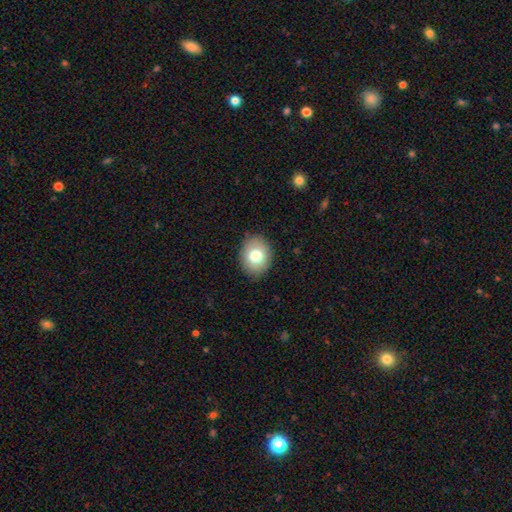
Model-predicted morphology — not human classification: This appears to be a smooth galaxy with no disk features (78%) that is in between round and cigar-shaped (53%). Merging: none (88%).